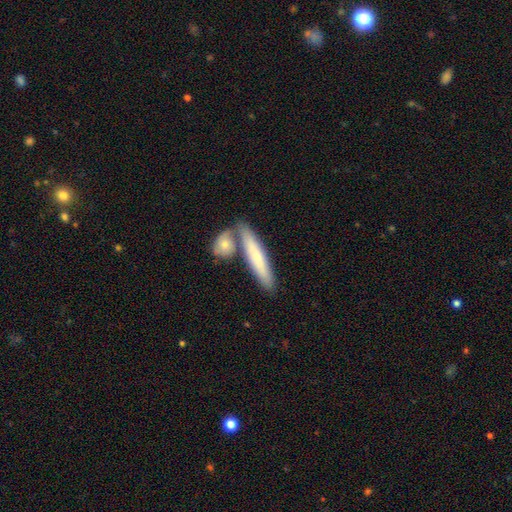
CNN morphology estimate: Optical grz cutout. It shows a smooth galaxy with no disk features (67%) that is cigar-shaped (87%). Merging: none (65%).